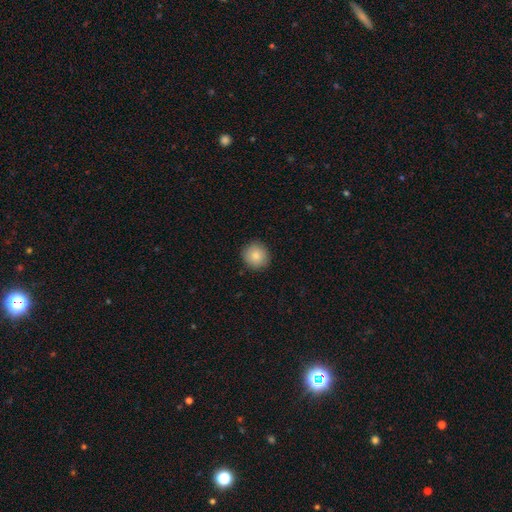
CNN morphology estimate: smooth 85%, star or artifact 8%, featured or disk 7%. Down the decision tree: how rounded — round (92%); merging — none (90%).